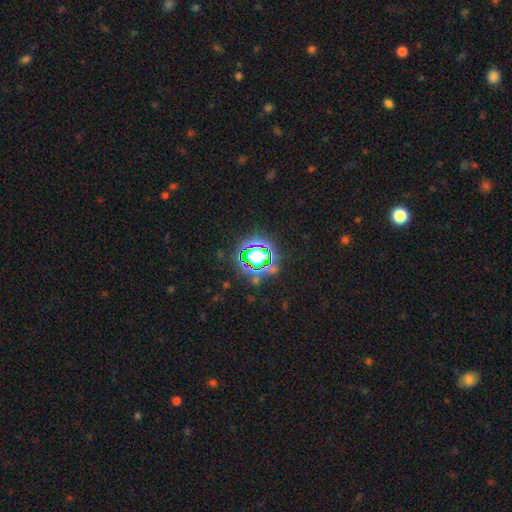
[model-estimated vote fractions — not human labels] The model was most divided on "smooth or featured": star or artifact: 64%, smooth: 22%, featured or disk: 14%.